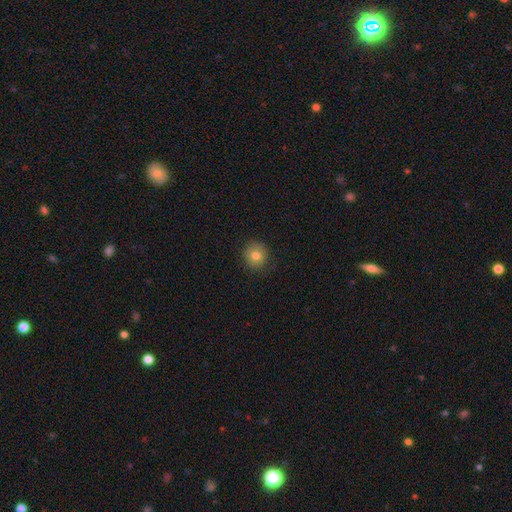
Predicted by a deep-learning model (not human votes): A smooth galaxy with no disk features (78%) that is round (87%). Merging: none (87%).